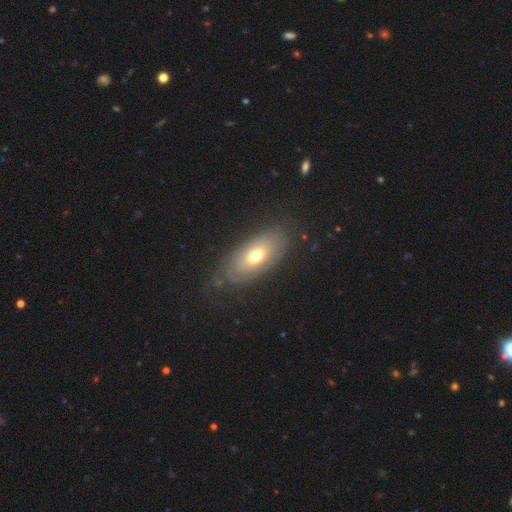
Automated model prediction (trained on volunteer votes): A smooth galaxy with no disk features (47%). Merging: none (70%).